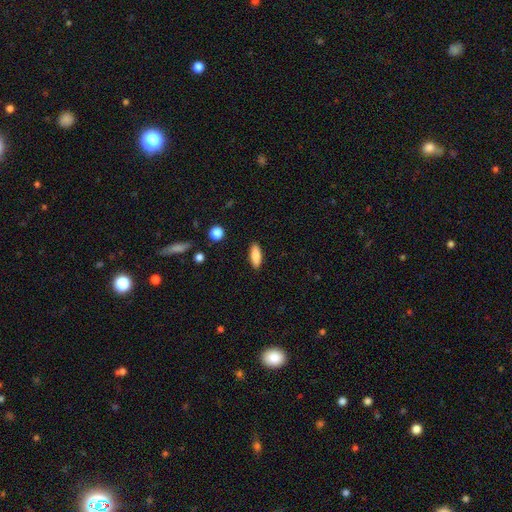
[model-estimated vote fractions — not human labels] The model was most divided on "how rounded": in between: 63%, cigar-shaped: 35%, round: 2%. More confident: merging — none (89%); smooth or featured — smooth (84%).